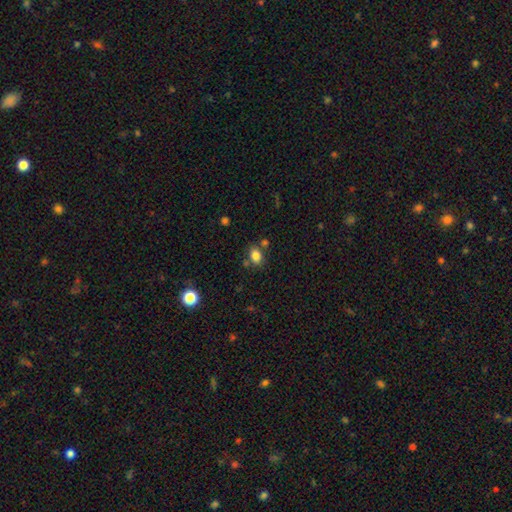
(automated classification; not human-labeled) The model was most divided on "how rounded": in between: 71%, round: 27%, cigar-shaped: 1%. More confident: smooth or featured — smooth (83%); merging — none (72%).